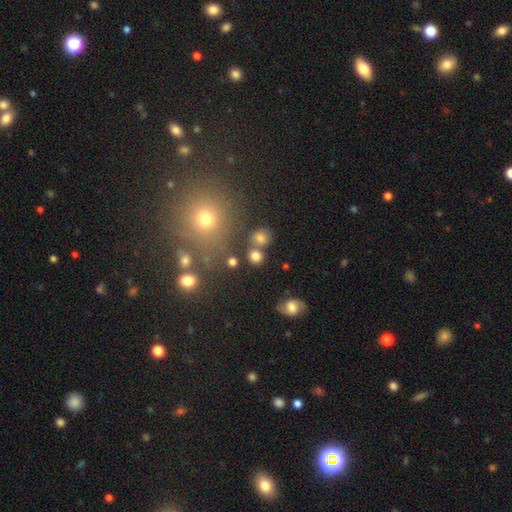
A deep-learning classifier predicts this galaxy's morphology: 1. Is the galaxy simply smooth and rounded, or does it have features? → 78% smooth, 14% star or artifact, 8% featured or disk.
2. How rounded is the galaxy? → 84% round, 15% in between, 1% cigar-shaped.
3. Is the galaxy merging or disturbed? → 67% none, 20% merger, 9% minor disturbance, 4% major disturbance.